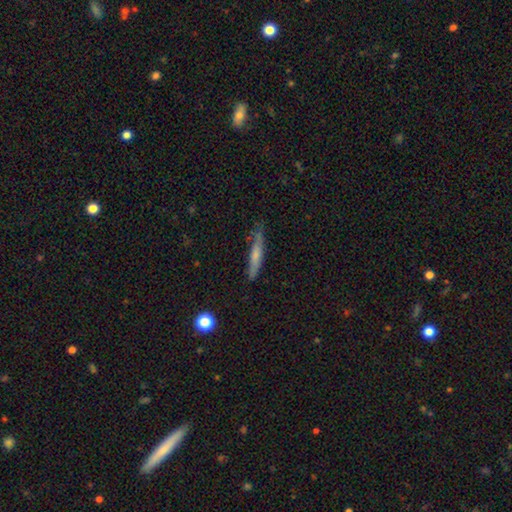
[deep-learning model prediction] Smooth or featured: smooth — 61% (featured or disk — 33%)
How rounded: cigar-shaped — 91% (in between — 7%)
Merging: none — 75% (minor disturbance — 20%)